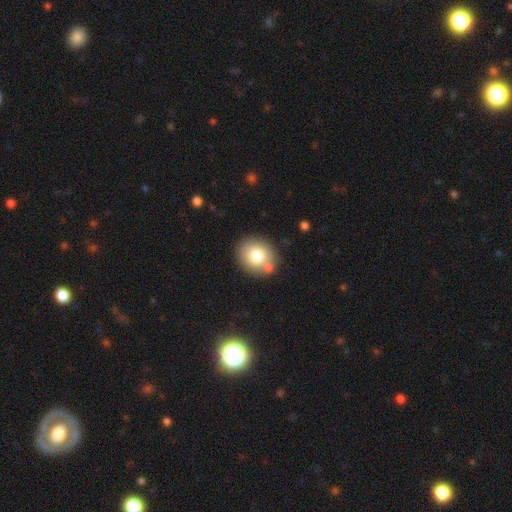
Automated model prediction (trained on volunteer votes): Smooth or featured? smooth (76%)
How rounded? round (78%)
Merging? none (76%)